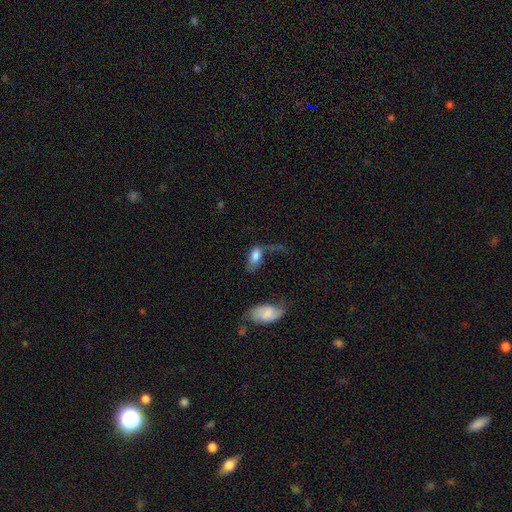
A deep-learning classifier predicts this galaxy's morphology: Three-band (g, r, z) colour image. It shows a smooth galaxy with no disk features (71%) that is in between round and cigar-shaped (89%). Merging: major disturbance (42%).